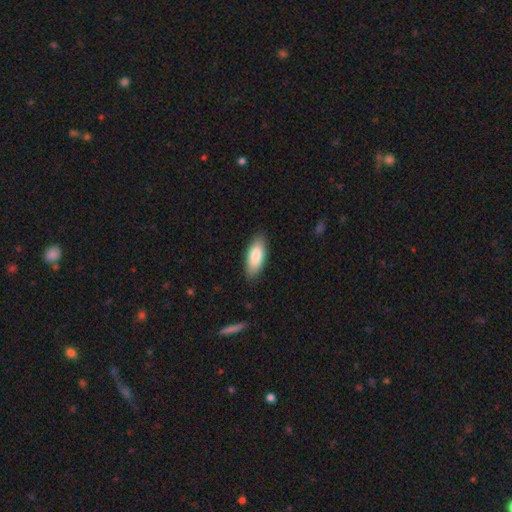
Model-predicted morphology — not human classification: A smooth galaxy with no disk features (85%) that is in between round and cigar-shaped (79%).

Vote fractions:
- Smooth or featured? smooth: 85% / featured or disk: 9% / star or artifact: 6%
- How rounded? in between: 79% / cigar-shaped: 20% / round: 2%
- Merging? none: 87% / minor disturbance: 10% / major disturbance: 2% / merger: 1%